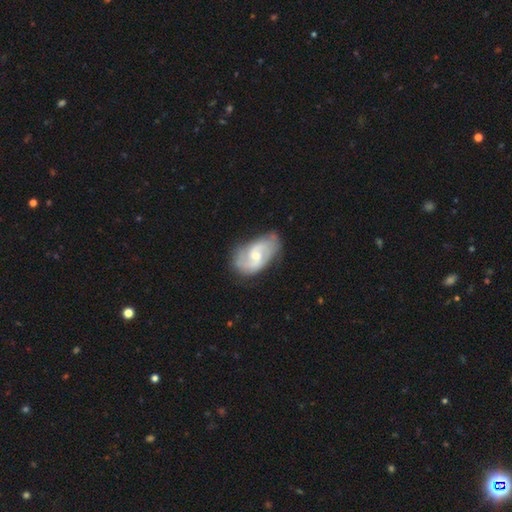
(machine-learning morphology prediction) This is clearly a featured or disk galaxy (81%). It is clearly not viewed edge-on (97%). Bar: possibly weak (51%). Spiral arm pattern: clearly yes (95%). Spiral arm count: likely 2 (79%). Spiral winding: possibly medium (49%). Central bulge: possibly moderate (49%). Merging: likely none (70%).